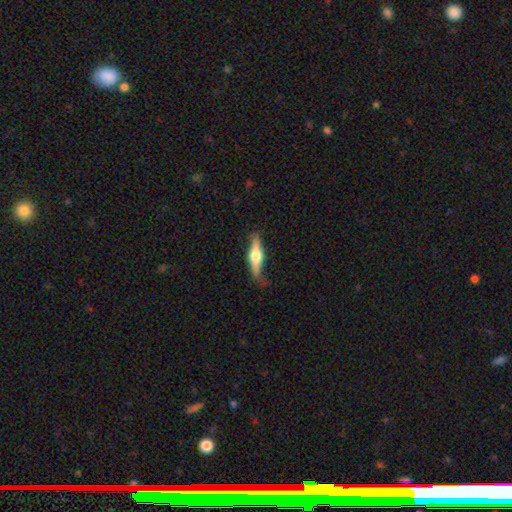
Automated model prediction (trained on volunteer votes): Smooth or featured?
  - featured or disk: 63% *
  - smooth: 32%
  - star or artifact: 5%
Edge-on disk?
  - yes: 95% *
  - no: 5%
Edge-on bulge?
  - rounded: 94% *
  - boxy: 4%
  - none: 2%
Merging?
  - none: 77% *
  - minor disturbance: 17%
  - major disturbance: 4%
  - merger: 2%